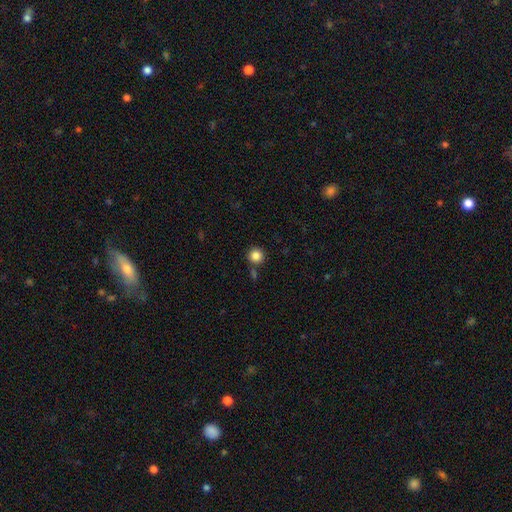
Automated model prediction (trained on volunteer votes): This is clearly a smooth galaxy (85%). How rounded: clearly round (94%). Merging: clearly none (83%).